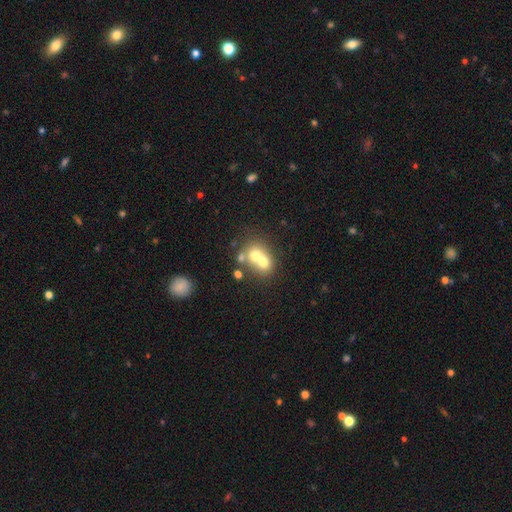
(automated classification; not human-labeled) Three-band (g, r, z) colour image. It shows a smooth galaxy with no disk features (63%) that is round (70%). Merging: merger (67%).